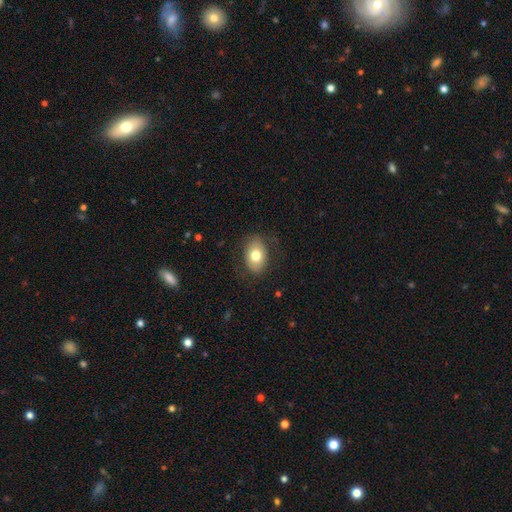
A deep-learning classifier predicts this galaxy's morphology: type=smooth (75%); roundness=in between (81%); merging=none (79%).